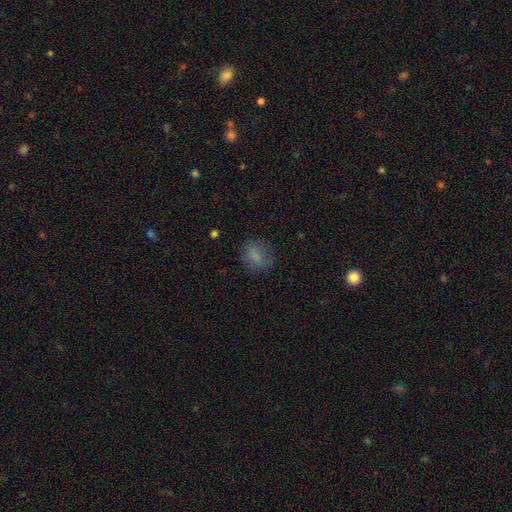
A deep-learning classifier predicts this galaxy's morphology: Smooth or featured? smooth (78%)
How rounded? round (58%)
Merging? none (77%)